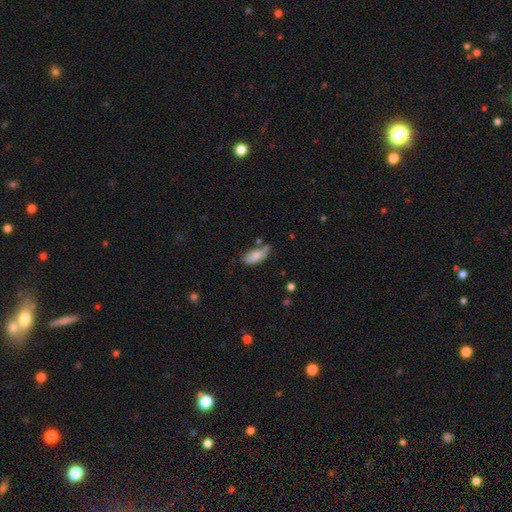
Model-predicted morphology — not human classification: This appears to be a smooth galaxy with no disk features (82%) that is in between round and cigar-shaped (85%). Merging: none (46%).